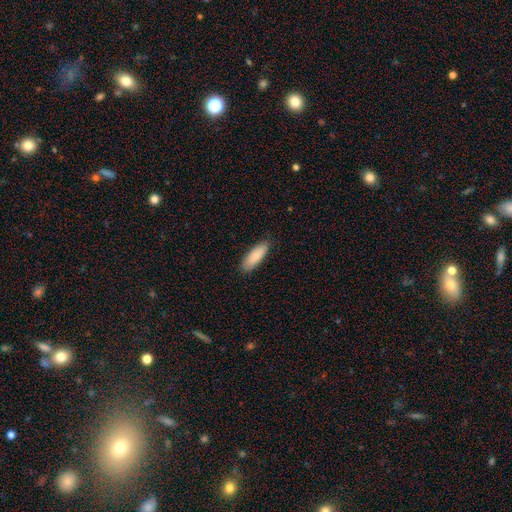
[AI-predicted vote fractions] Smooth or featured? smooth (85%)
How rounded? in between (65%)
Merging? none (85%)